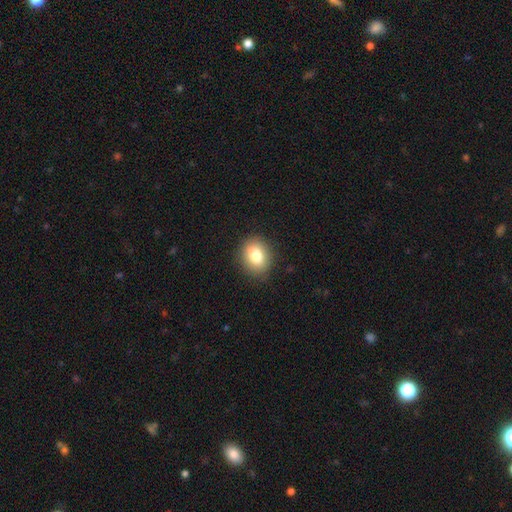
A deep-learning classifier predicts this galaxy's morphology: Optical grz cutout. It shows a smooth galaxy with no disk features (78%) that is round (64%). Merging: none (88%).